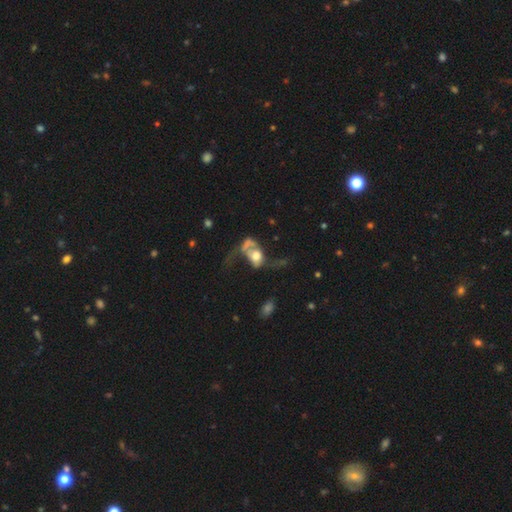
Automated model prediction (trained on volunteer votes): Overall: featured or disk (49%; smooth 40%). Merging: major disturbance (46%; merger 31%).